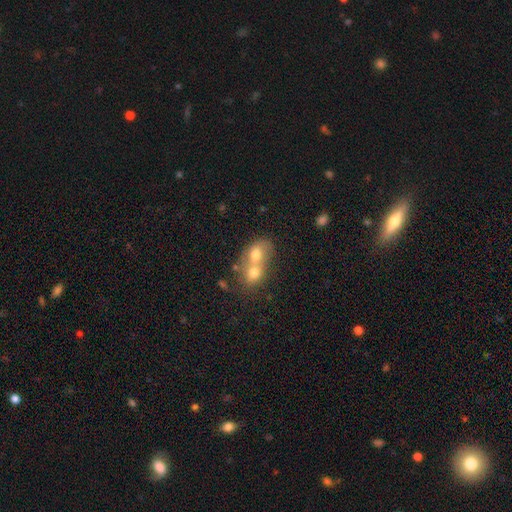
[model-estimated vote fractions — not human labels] Smooth or featured? Predicted: smooth (p=0.65). How rounded? Predicted: in between (p=0.54). Merging? Predicted: merger (p=0.76).